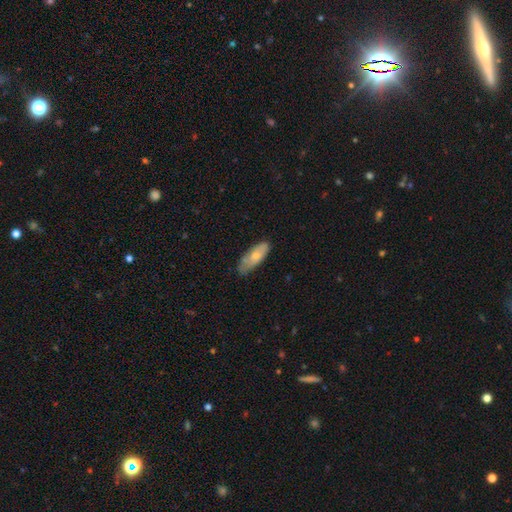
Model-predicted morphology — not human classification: smooth-or-featured: smooth: 71% | featured or disk: 24% | star or artifact: 6%
  how-rounded: in between: 72% | cigar-shaped: 26% | round: 2%
  merging: none: 60% | minor disturbance: 32% | major disturbance: 6% | merger: 2%